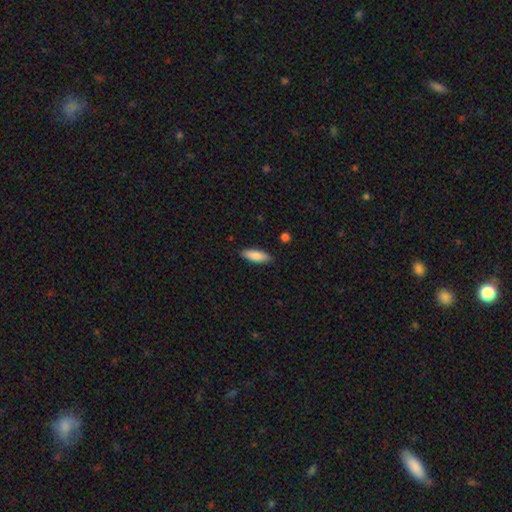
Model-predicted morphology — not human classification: This is clearly a smooth galaxy (85%). How rounded: possibly in between (59%). Merging: clearly none (87%).